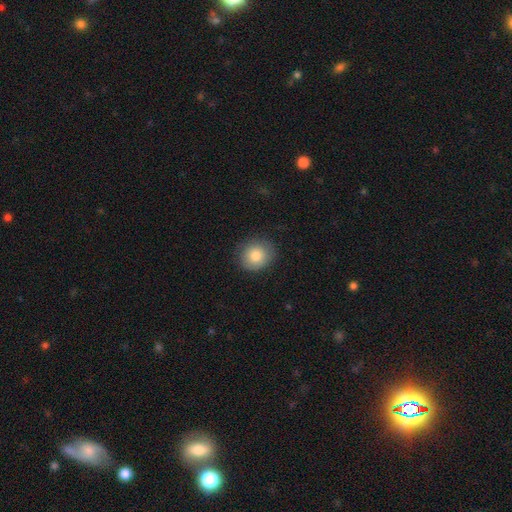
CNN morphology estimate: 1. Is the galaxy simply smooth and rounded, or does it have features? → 81% smooth, 10% featured or disk, 9% star or artifact.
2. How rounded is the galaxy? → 76% round, 23% in between, 1% cigar-shaped.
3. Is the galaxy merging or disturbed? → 84% none, 12% minor disturbance, 3% major disturbance, 1% merger.